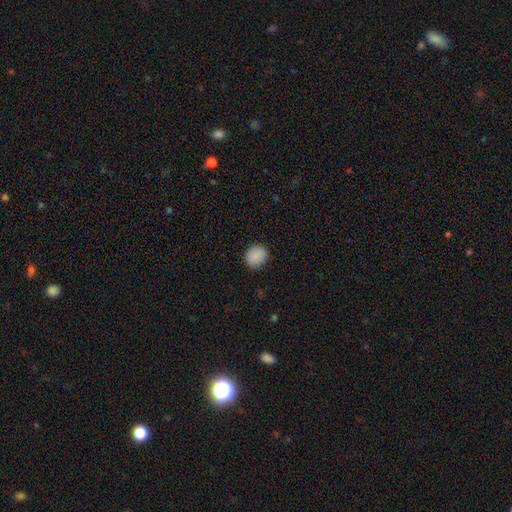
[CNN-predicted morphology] A smooth galaxy with no disk features (87%) that is round (74%). Merging: none (85%).